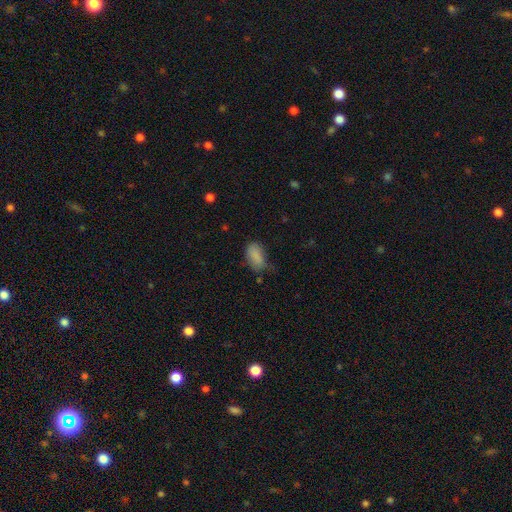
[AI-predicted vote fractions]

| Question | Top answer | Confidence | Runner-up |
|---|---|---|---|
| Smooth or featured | smooth | 85% | star or artifact (9%) |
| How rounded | in between | 91% | round (5%) |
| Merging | none | 56% | minor disturbance (31%) |